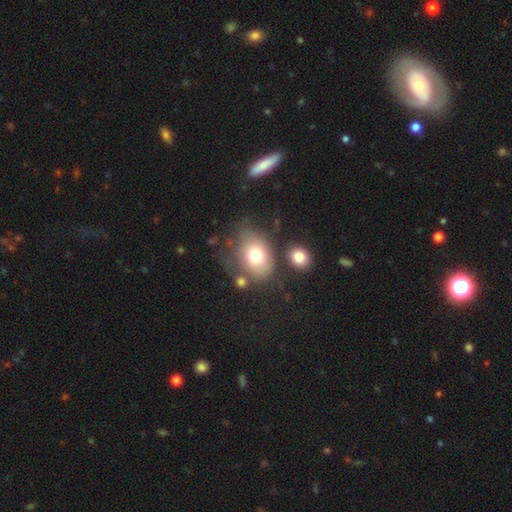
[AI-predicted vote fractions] smooth_or_featured: smooth (p=0.73) [alt: featured or disk p=0.17]
how_rounded: in between (p=0.64) [alt: round p=0.35]
merging: none (p=0.56) [alt: minor disturbance p=0.20]